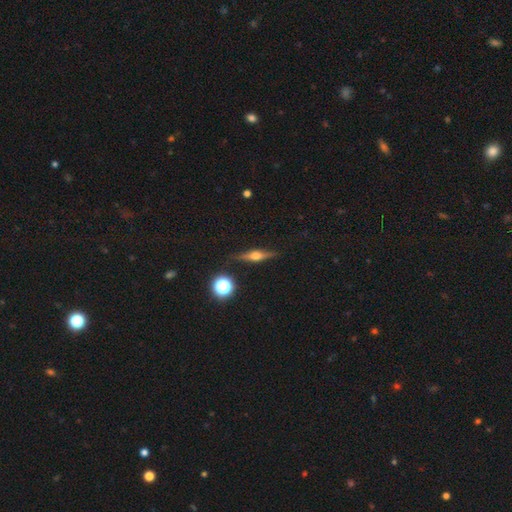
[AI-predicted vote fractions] This appears to be a featured or disk galaxy (72%) viewed edge-on (96%) with a rounded central bulge (93%). Merging: none (88%).